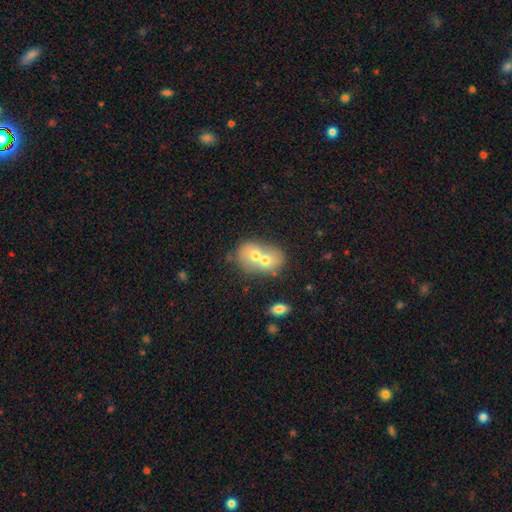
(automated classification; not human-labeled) The model was most divided on "how rounded": round: 50%, in between: 49%, cigar-shaped: 1%. More confident: merging — merger (76%); smooth or featured — smooth (61%).